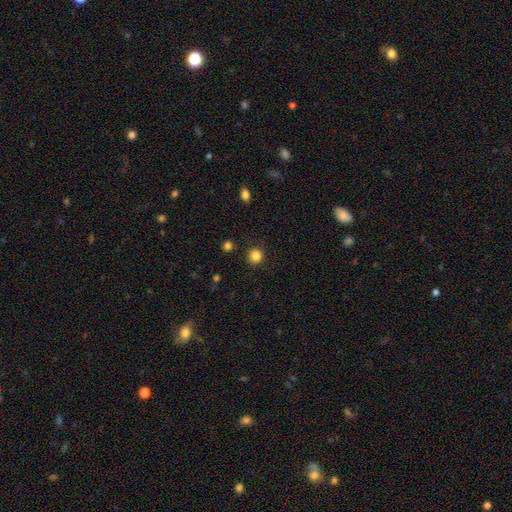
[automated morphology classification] This appears to be a smooth galaxy with no disk features (85%) that is round (92%). Merging: none (91%).